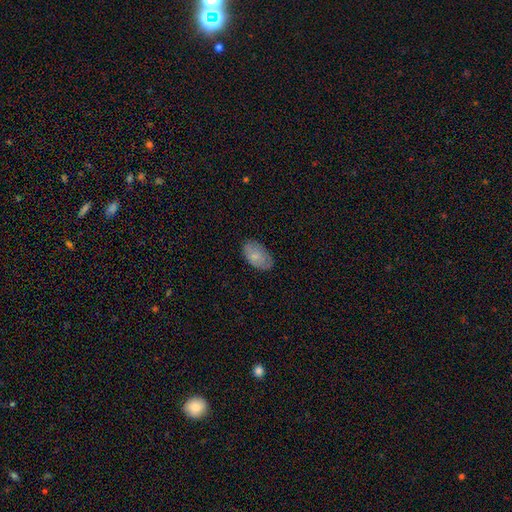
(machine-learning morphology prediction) Smooth or featured?
  - smooth: 78% *
  - featured or disk: 16%
  - star or artifact: 7%
How rounded?
  - in between: 94% *
  - round: 5%
  - cigar-shaped: 1%
Merging?
  - none: 78% *
  - minor disturbance: 18%
  - major disturbance: 3%
  - merger: 1%